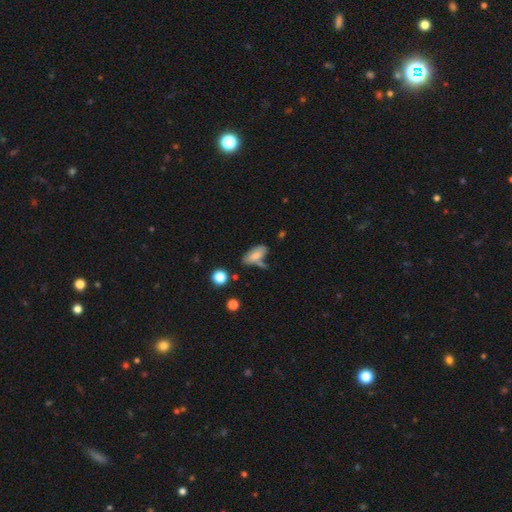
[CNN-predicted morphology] A smooth galaxy with no disk features (75%) that is in between round and cigar-shaped (85%).

Vote fractions:
- Smooth or featured? smooth: 75% / featured or disk: 16% / star or artifact: 9%
- How rounded? in between: 85% / cigar-shaped: 11% / round: 3%
- Merging? none: 47% / minor disturbance: 25% / merger: 17% / major disturbance: 11%